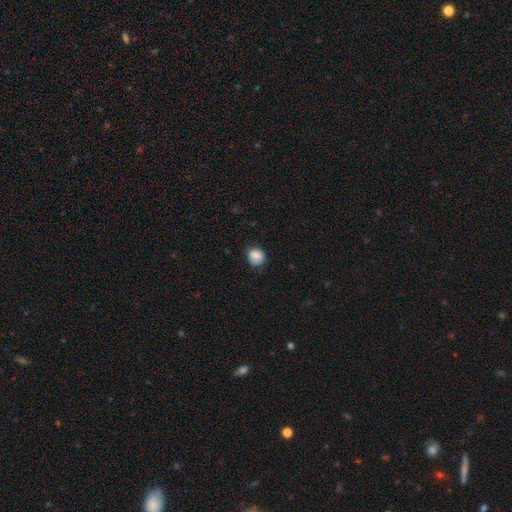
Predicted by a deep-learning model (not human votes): smooth_or_featured: smooth (p=0.84) [alt: star or artifact p=0.08]
how_rounded: round (p=0.69) [alt: in between p=0.30]
merging: none (p=0.66) [alt: minor disturbance p=0.26]